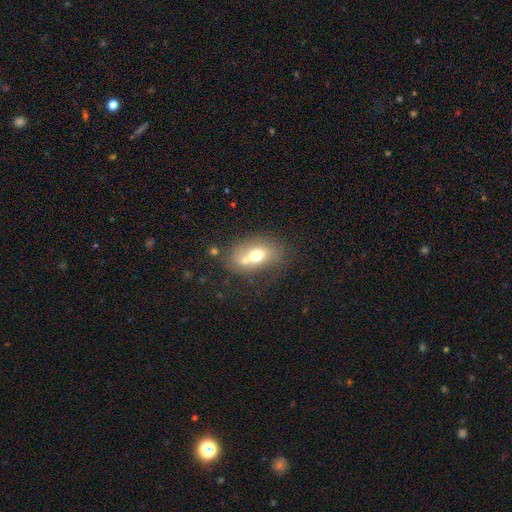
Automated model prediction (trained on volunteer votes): Smooth or featured? Predicted: smooth (p=0.64). How rounded? Predicted: in between (p=0.72). Merging? Predicted: none (p=0.40).